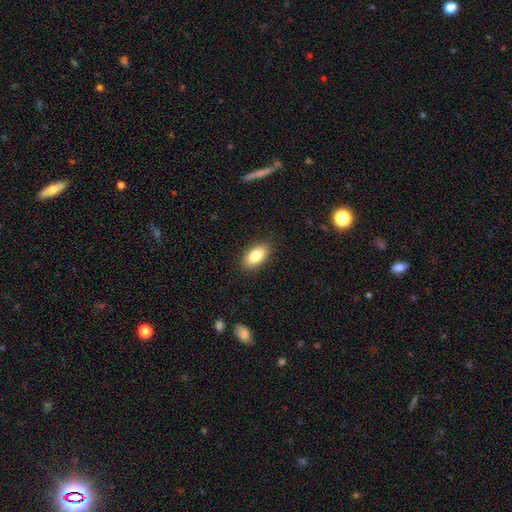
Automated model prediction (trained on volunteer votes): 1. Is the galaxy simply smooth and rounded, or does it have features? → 85% smooth, 8% featured or disk, 7% star or artifact.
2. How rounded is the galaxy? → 91% in between, 5% cigar-shaped, 3% round.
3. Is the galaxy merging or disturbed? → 88% none, 9% minor disturbance, 2% major disturbance, 1% merger.